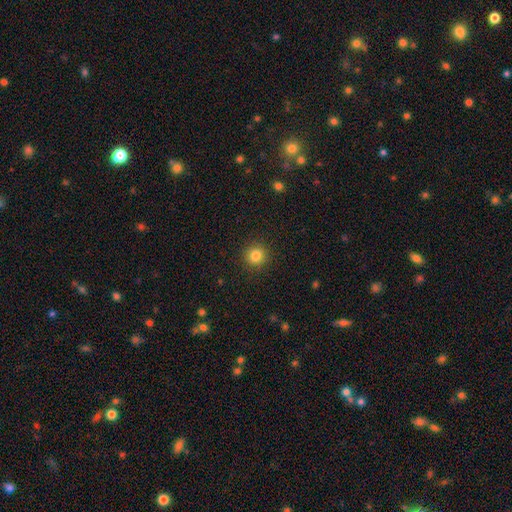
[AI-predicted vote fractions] Overall: smooth (83%). How rounded: round (93%). Merging: none (91%).